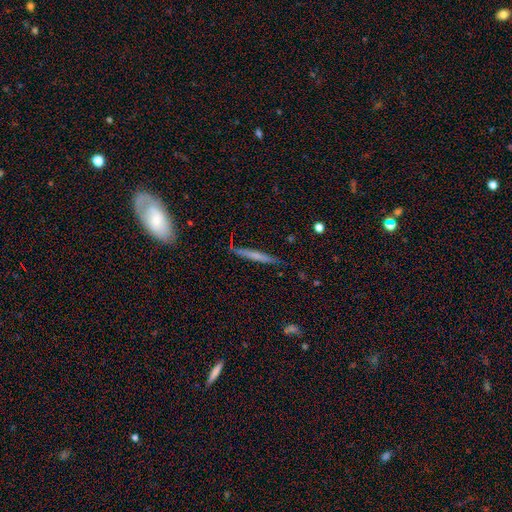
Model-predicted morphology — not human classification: A smooth galaxy with no disk features (54%) that is cigar-shaped (95%).

Vote fractions:
- Smooth or featured? smooth: 54% / featured or disk: 39% / star or artifact: 7%
- How rounded? cigar-shaped: 95% / in between: 3% / round: 2%
- Merging? none: 84% / minor disturbance: 12% / major disturbance: 2% / merger: 2%